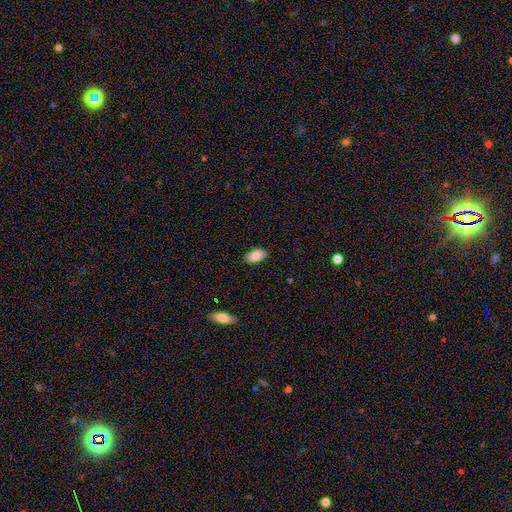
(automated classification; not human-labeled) smooth-or-featured: smooth: 85% | featured or disk: 9% | star or artifact: 7%
  how-rounded: in between: 94% | round: 3% | cigar-shaped: 3%
  merging: none: 88% | minor disturbance: 9% | major disturbance: 2% | merger: 1%